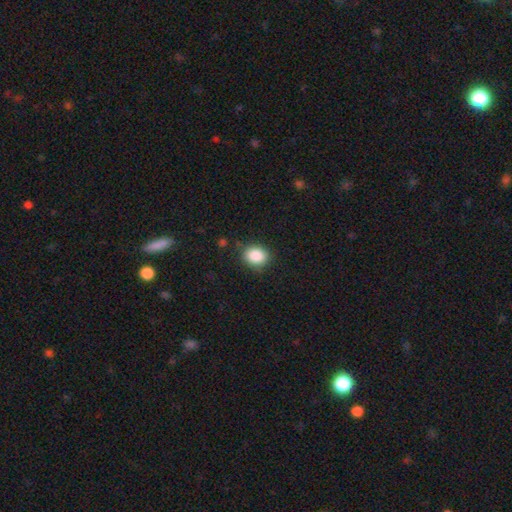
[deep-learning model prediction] smooth-or-featured: smooth: 87% | star or artifact: 9% | featured or disk: 4%
  how-rounded: round: 55% | in between: 44% | cigar-shaped: 1%
  merging: none: 83% | minor disturbance: 12% | major disturbance: 3% | merger: 2%